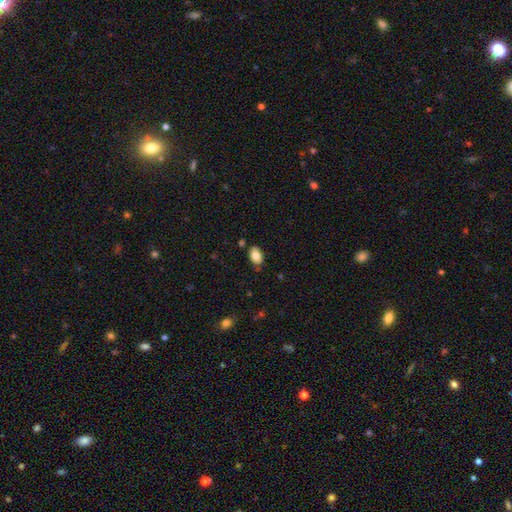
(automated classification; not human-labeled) Q: Smooth or featured?
A: smooth (81%); runner-up: featured or disk (12%)
Q: How rounded?
A: in between (90%); runner-up: round (8%)
Q: Merging?
A: none (80%); runner-up: minor disturbance (15%)